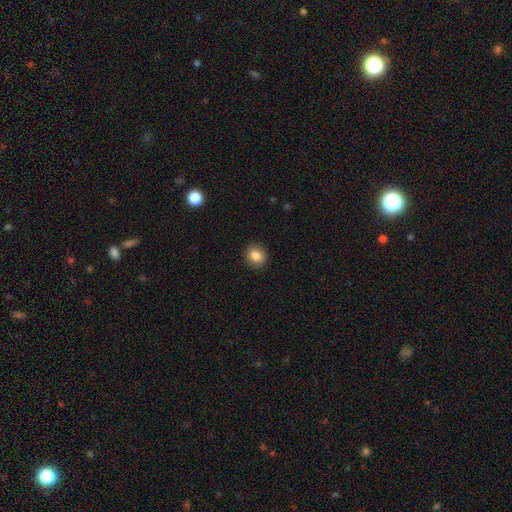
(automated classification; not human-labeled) The model was most divided on "how rounded": round: 73%, in between: 26%, cigar-shaped: 1%. More confident: merging — none (91%); smooth or featured — smooth (85%).